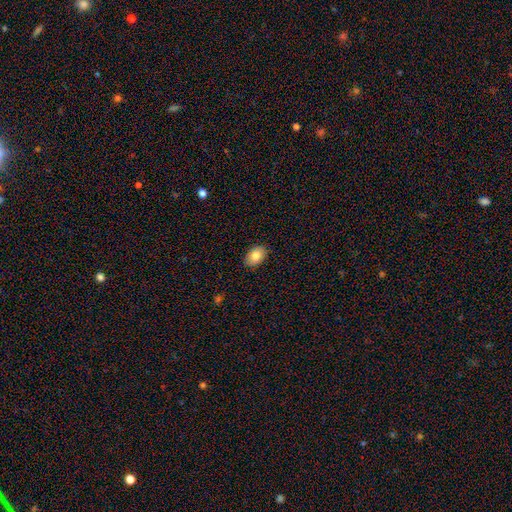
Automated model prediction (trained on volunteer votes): The model was most divided on "how rounded": in between: 86%, round: 13%, cigar-shaped: 1%. More confident: merging — none (88%); smooth or featured — smooth (84%).